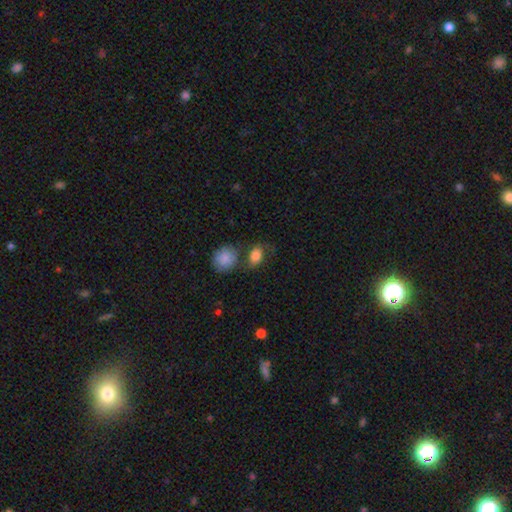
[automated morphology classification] Smooth or featured?
  - smooth: 82% *
  - featured or disk: 10%
  - star or artifact: 8%
How rounded?
  - in between: 74% *
  - round: 24%
  - cigar-shaped: 2%
Merging?
  - none: 55% *
  - merger: 19%
  - minor disturbance: 18%
  - major disturbance: 8%